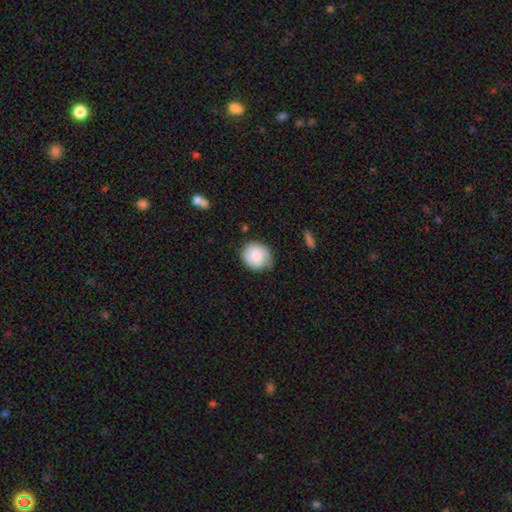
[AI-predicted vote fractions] A smooth galaxy with no disk features (83%) that is round (77%).

Vote fractions:
- Smooth or featured? smooth: 83% / featured or disk: 10% / star or artifact: 7%
- How rounded? round: 77% / in between: 22% / cigar-shaped: 1%
- Merging? none: 65% / minor disturbance: 27% / major disturbance: 5% / merger: 2%